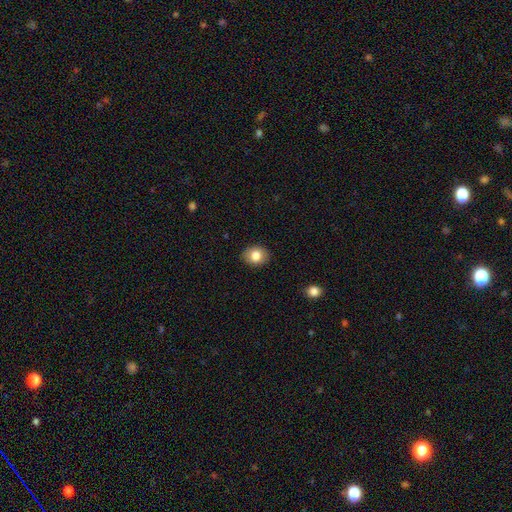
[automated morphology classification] smooth_or_featured: smooth (p=0.81) [alt: featured or disk p=0.10]
how_rounded: round (p=0.50) [alt: in between p=0.49]
merging: none (p=0.88) [alt: minor disturbance p=0.09]